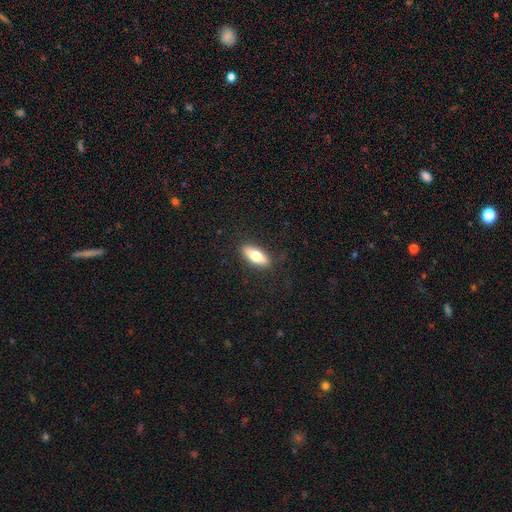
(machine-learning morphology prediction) A smooth galaxy with no disk features (70%) that is in between round and cigar-shaped (71%). Merging: none (87%).